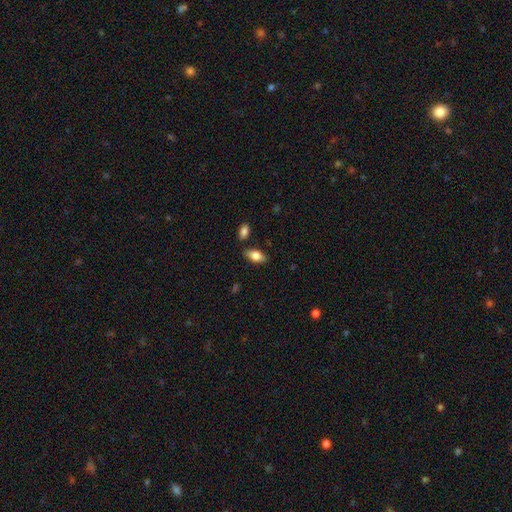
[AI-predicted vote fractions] smooth-or-featured: smooth: 75% | featured or disk: 19% | star or artifact: 7%
  how-rounded: in between: 88% | cigar-shaped: 9% | round: 3%
  merging: none: 82% | minor disturbance: 11% | merger: 4% | major disturbance: 2%